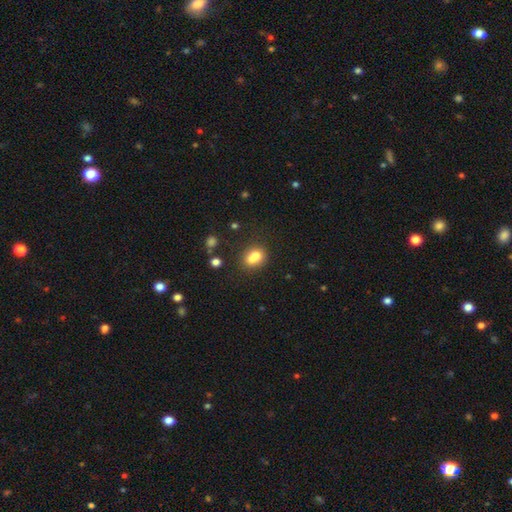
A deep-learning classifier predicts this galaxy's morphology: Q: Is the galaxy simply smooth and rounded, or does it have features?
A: smooth — 75%.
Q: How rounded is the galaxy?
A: in between — 58%.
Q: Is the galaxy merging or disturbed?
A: none — 42%.